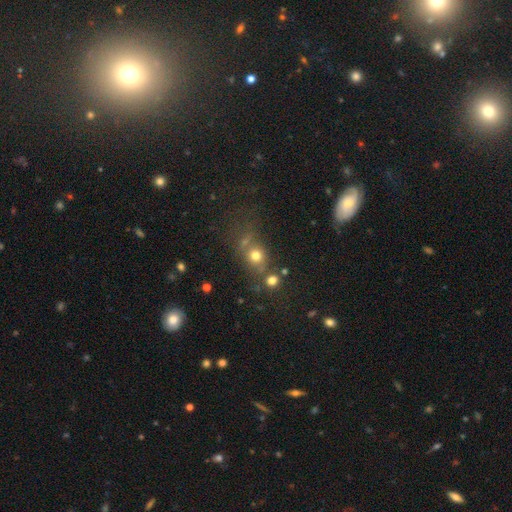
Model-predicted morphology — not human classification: A smooth galaxy with no disk features (69%) that is round (77%). Merging: none (57%).